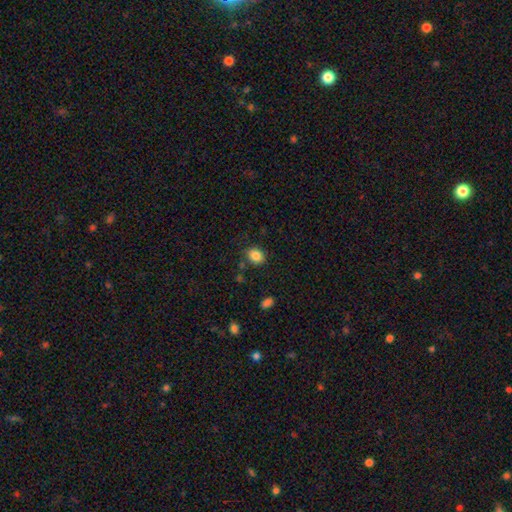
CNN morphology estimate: A smooth galaxy with no disk features (85%) that is round (54%).

Vote fractions:
- Smooth or featured? smooth: 85% / star or artifact: 10% / featured or disk: 5%
- How rounded? round: 54% / in between: 45% / cigar-shaped: 1%
- Merging? none: 80% / minor disturbance: 13% / major disturbance: 4% / merger: 3%